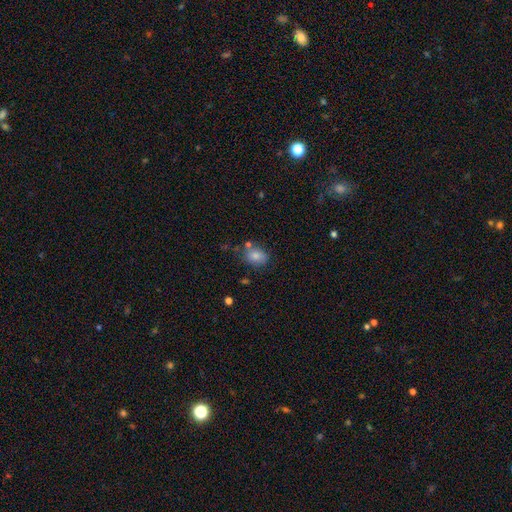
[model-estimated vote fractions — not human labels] Overall: smooth (79%). How rounded: in between (58%; round 41%). Merging: none (66%).